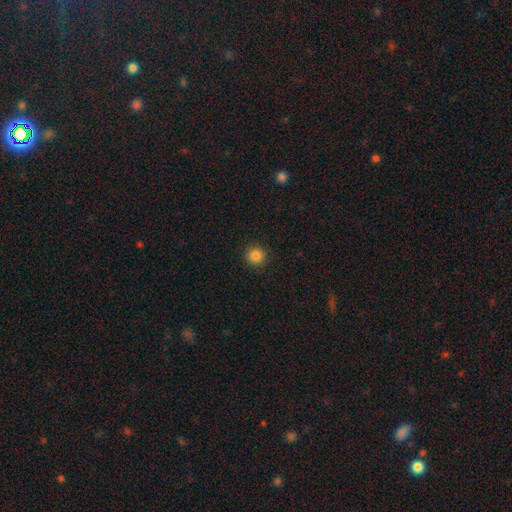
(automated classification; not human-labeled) A smooth galaxy with no disk features (85%) that is round (93%).

Vote fractions:
- Smooth or featured? smooth: 85% / star or artifact: 11% / featured or disk: 3%
- How rounded? round: 93% / in between: 6% / cigar-shaped: 1%
- Merging? none: 92% / minor disturbance: 5% / major disturbance: 2% / merger: 1%